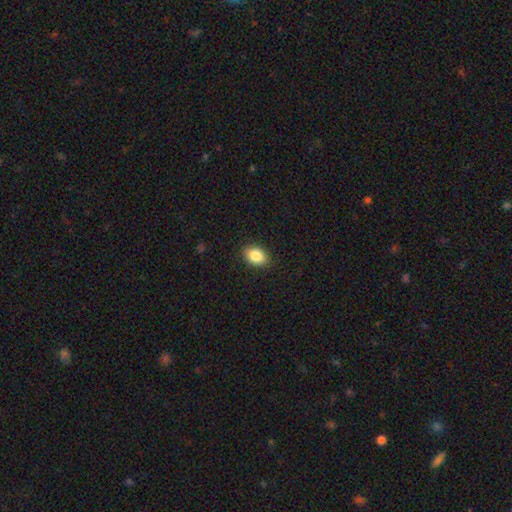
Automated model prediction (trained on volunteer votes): This is clearly a smooth galaxy (86%). How rounded: clearly in between (81%). Merging: clearly none (88%).